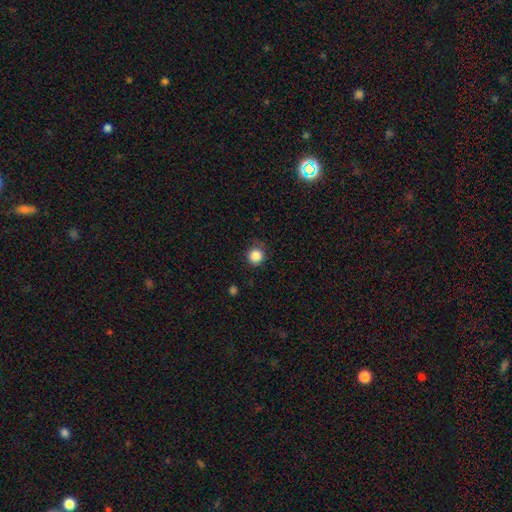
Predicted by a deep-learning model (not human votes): The model was most divided on "merging": none: 80%, minor disturbance: 15%, major disturbance: 4%, merger: 1%. More confident: how rounded — round (92%); smooth or featured — smooth (86%).